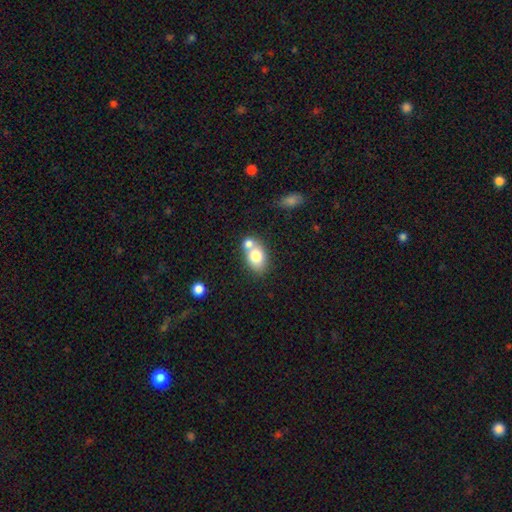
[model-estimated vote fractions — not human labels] Overall: smooth (75%). How rounded: in between (77%). Merging: merger (46%; none 39%).